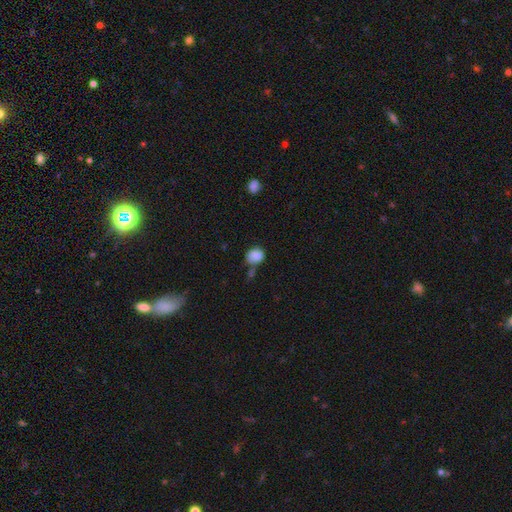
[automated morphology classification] Q: Smooth or featured?
A: smooth (83%); runner-up: star or artifact (9%)
Q: How rounded?
A: round (58%); runner-up: in between (41%)
Q: Merging?
A: none (44%); runner-up: minor disturbance (25%)